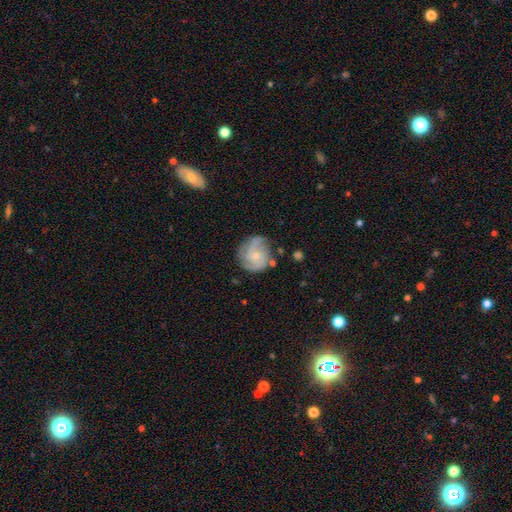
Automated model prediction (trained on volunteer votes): A featured or disk galaxy (71%) with no bar (74%), 2 (35%) tight (44%) spiral arms (91%) and a small central bulge (67%).

Vote fractions:
- Smooth or featured? featured or disk: 71% / smooth: 22% / star or artifact: 7%
- Edge-on disk? no: 98% / yes: 2%
- Bar? no: 74% / weak: 22% / strong: 3%
- Spiral arms? yes: 91% / no: 9%
- Spiral winding? tight: 44% / medium: 40% / loose: 15%
- Spiral arm count? 2: 35% / 3: 28% / can't tell: 22% / 4: 6% / 1: 6% / more than 4: 4%
- Bulge size? small: 67% / moderate: 29% / none: 2% / large: 1% / dominant: 1%
- Merging? none: 65% / minor disturbance: 23% / major disturbance: 8% / merger: 4%